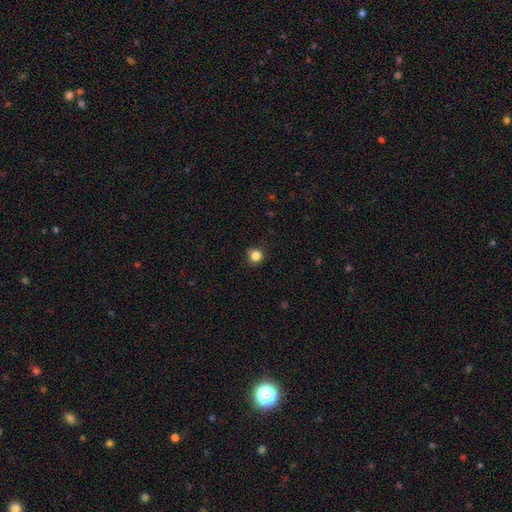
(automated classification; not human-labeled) Smooth or featured? Predicted: smooth (p=0.84). How rounded? Predicted: round (p=0.92). Merging? Predicted: none (p=0.83).